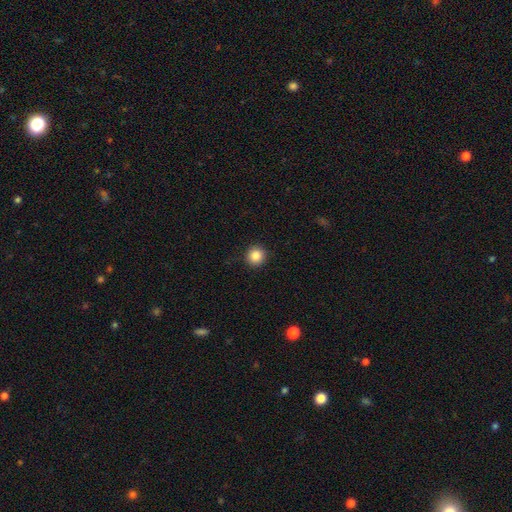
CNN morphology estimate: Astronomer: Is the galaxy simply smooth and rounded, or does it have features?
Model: smooth — 86%.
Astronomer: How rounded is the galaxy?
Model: round — 93%.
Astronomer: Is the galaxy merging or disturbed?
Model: none — 92%.